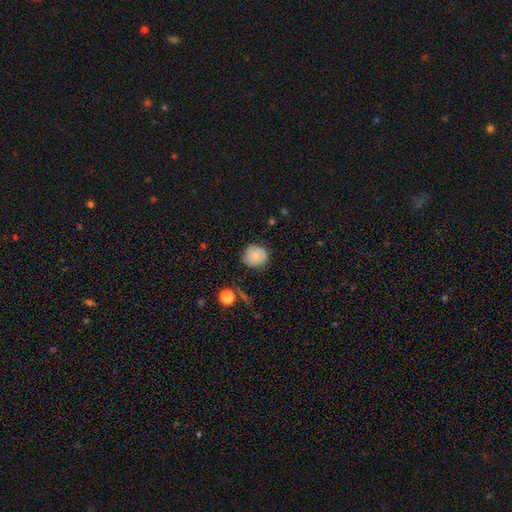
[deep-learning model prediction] This appears to be a smooth galaxy with no disk features (59%) that is round (84%). Merging: none (71%).